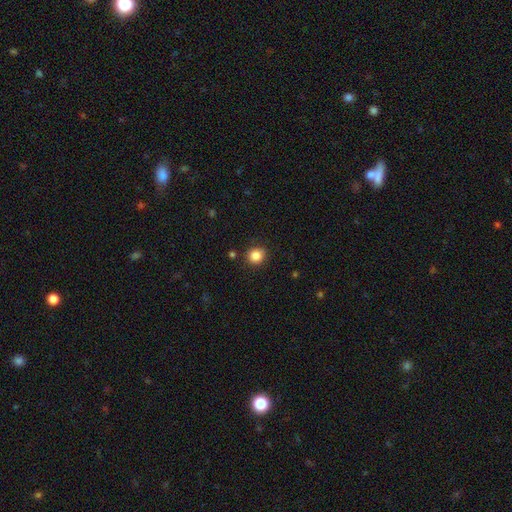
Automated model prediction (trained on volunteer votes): Smooth or featured?
  - smooth: 85% *
  - star or artifact: 11%
  - featured or disk: 4%
How rounded?
  - round: 84% *
  - in between: 15%
  - cigar-shaped: 1%
Merging?
  - none: 88% *
  - minor disturbance: 8%
  - major disturbance: 2%
  - merger: 2%